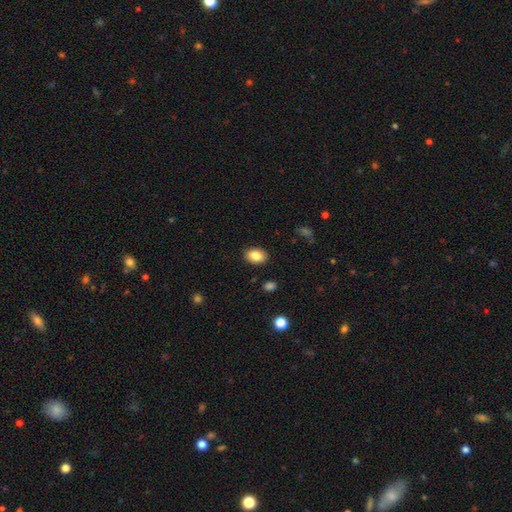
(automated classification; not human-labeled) smooth_or_featured: smooth (p=0.86) [alt: star or artifact p=0.08]
how_rounded: in between (p=0.81) [alt: round p=0.18]
merging: none (p=0.88) [alt: minor disturbance p=0.08]